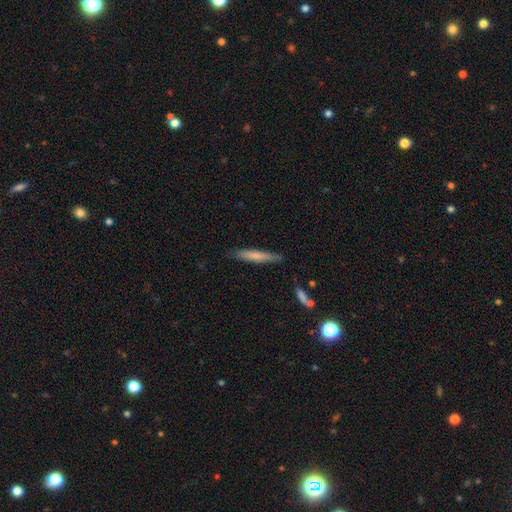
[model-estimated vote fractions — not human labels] A smooth galaxy with no disk features (70%) that is cigar-shaped (93%).

Vote fractions:
- Smooth or featured? smooth: 70% / featured or disk: 25% / star or artifact: 6%
- How rounded? cigar-shaped: 93% / in between: 5% / round: 1%
- Merging? none: 85% / minor disturbance: 11% / major disturbance: 2% / merger: 2%